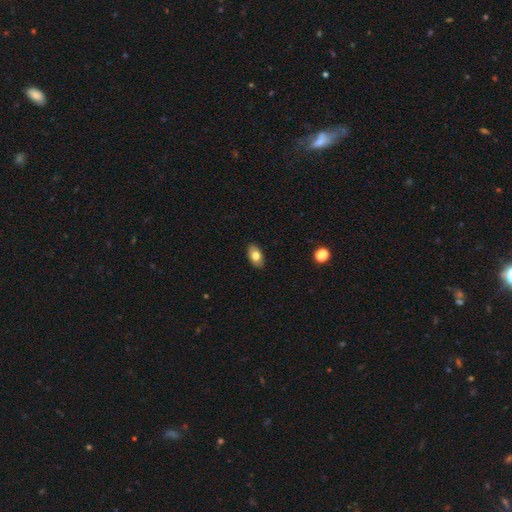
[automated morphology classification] Smooth or featured? smooth (76%)
How rounded? in between (92%)
Merging? none (88%)